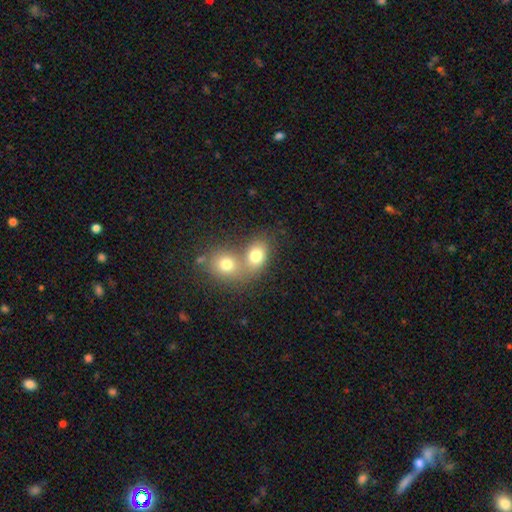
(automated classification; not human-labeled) This is likely a smooth galaxy (75%). How rounded: possibly in between (50%). Merging: possibly merger (60%).